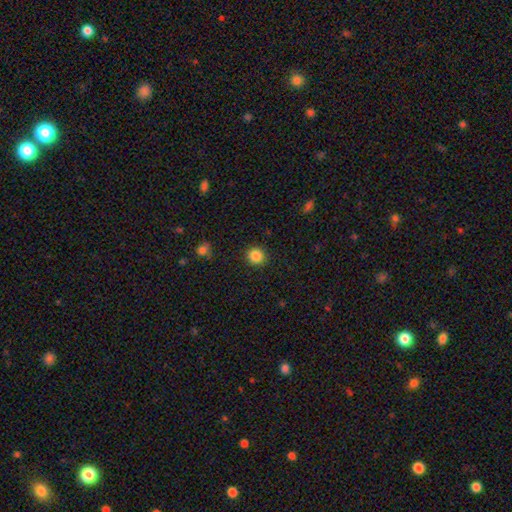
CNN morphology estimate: Smooth or featured?
  - smooth: 86% *
  - star or artifact: 10%
  - featured or disk: 4%
How rounded?
  - round: 93% *
  - in between: 6%
  - cigar-shaped: 1%
Merging?
  - none: 92% *
  - minor disturbance: 5%
  - major disturbance: 2%
  - merger: 1%